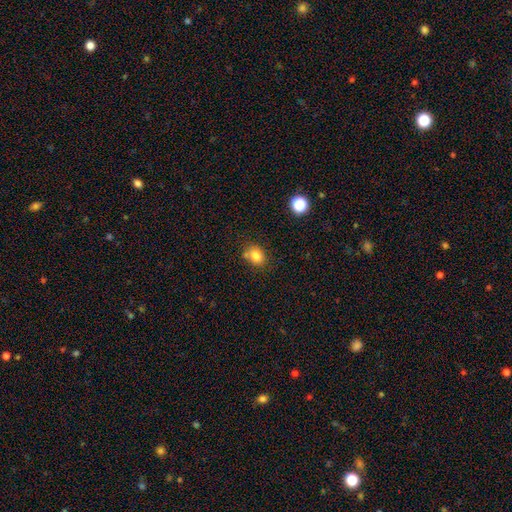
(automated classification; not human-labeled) Overall: smooth (81%). How rounded: round (53%; in between 46%). Merging: none (66%).